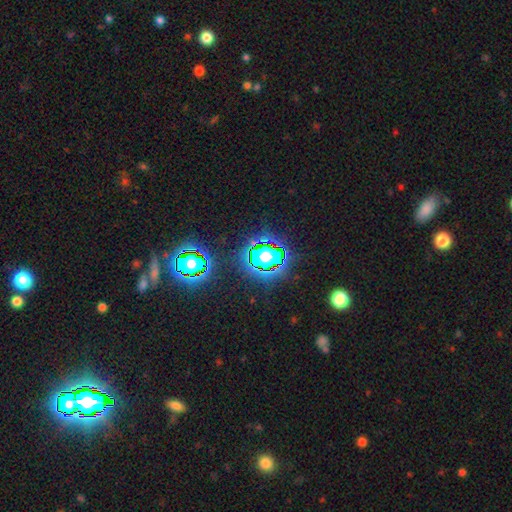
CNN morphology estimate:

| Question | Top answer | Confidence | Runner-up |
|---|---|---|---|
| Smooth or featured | star or artifact | 78% | smooth (13%) |